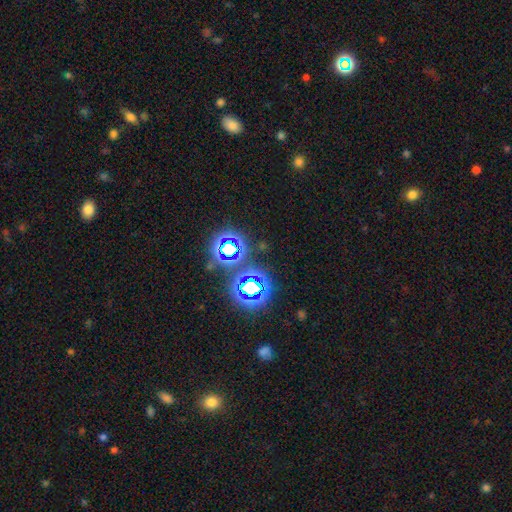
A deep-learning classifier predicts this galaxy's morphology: star or artifact 57%, smooth 37%, featured or disk 7%.